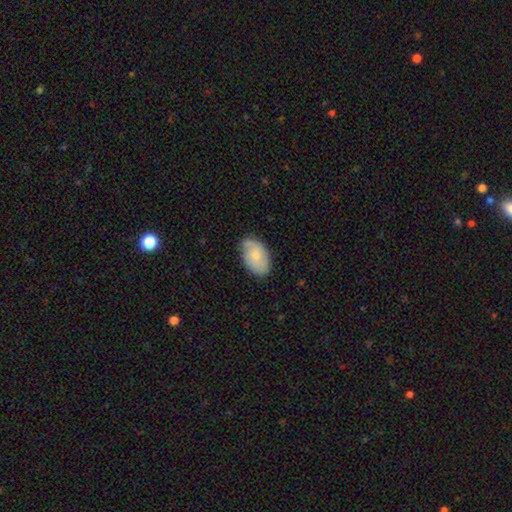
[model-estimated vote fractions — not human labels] The model was most divided on "smooth or featured": smooth: 66%, featured or disk: 27%, star or artifact: 6%. More confident: how rounded — in between (92%); merging — none (73%).